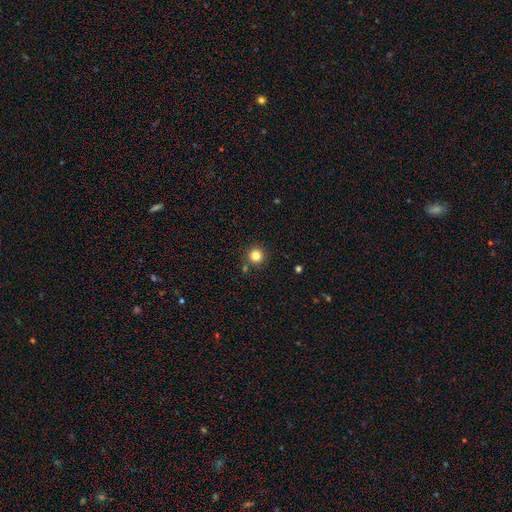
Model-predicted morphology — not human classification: Smooth or featured? Predicted: smooth (p=0.83). How rounded? Predicted: round (p=0.95). Merging? Predicted: none (p=0.88).